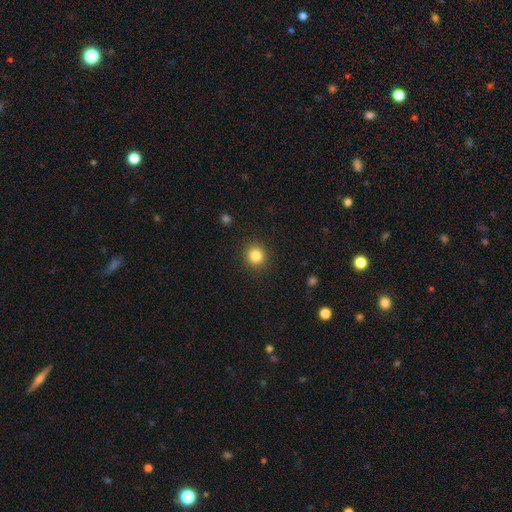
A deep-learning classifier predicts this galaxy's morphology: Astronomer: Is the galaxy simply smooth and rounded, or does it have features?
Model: smooth — 84%.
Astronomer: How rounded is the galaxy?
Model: round — 90%.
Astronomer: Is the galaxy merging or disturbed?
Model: none — 91%.